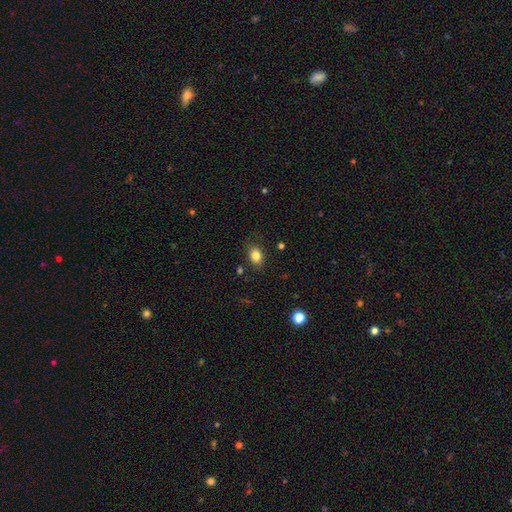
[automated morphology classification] smooth 83%, star or artifact 10%, featured or disk 8%. Down the decision tree: how rounded — in between (77%); merging — none (82%).